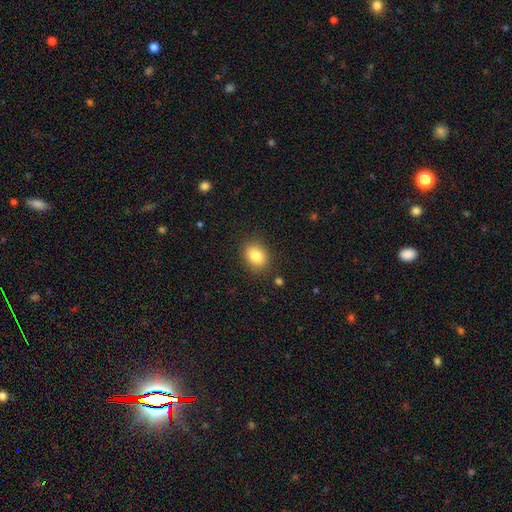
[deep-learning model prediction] Smooth or featured: smooth — 84% (star or artifact — 9%)
How rounded: in between — 60% (round — 39%)
Merging: none — 85% (minor disturbance — 10%)